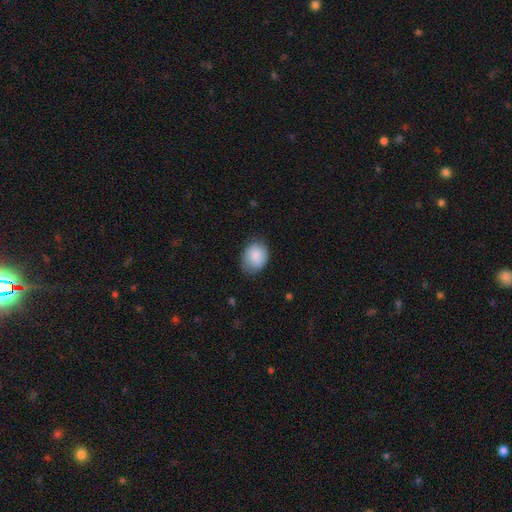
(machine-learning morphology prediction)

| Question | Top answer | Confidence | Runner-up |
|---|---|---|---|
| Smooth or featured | smooth | 87% | featured or disk (7%) |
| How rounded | in between | 58% | round (41%) |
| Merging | none | 71% | minor disturbance (23%) |